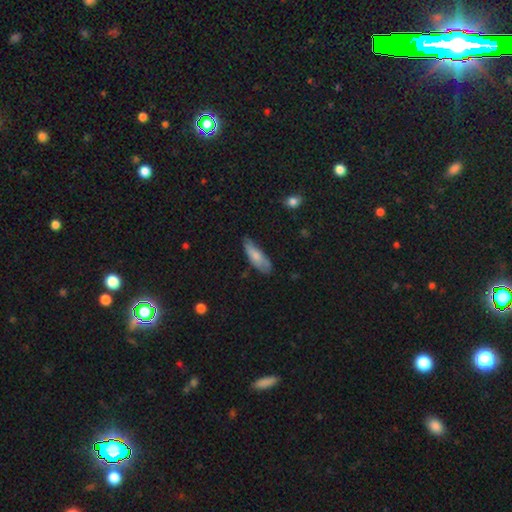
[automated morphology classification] smooth-or-featured: smooth: 73% | featured or disk: 21% | star or artifact: 6%
  how-rounded: in between: 54% | cigar-shaped: 44% | round: 2%
  merging: none: 63% | minor disturbance: 29% | major disturbance: 6% | merger: 2%